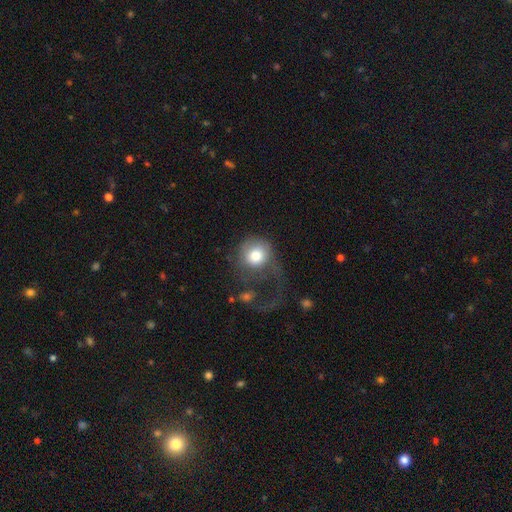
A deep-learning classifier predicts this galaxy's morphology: Smooth or featured? smooth (72%)
How rounded? round (82%)
Merging? major disturbance (54%)